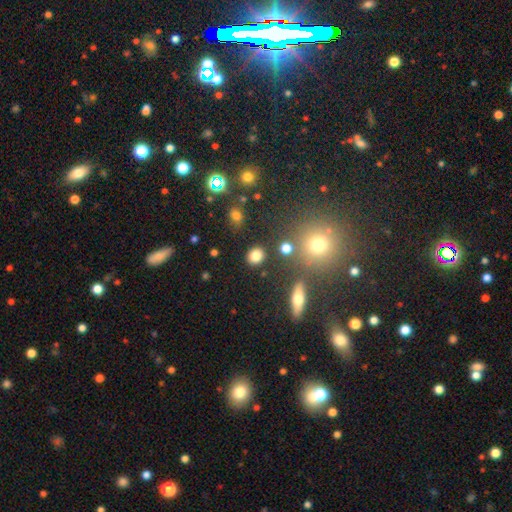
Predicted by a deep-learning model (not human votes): This appears to be a smooth galaxy with no disk features (81%) that is round (73%). Merging: none (85%).